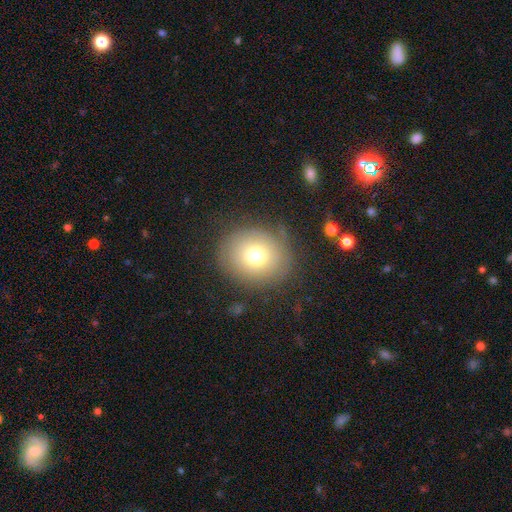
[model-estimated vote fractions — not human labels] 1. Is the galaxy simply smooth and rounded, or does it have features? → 70% smooth, 18% featured or disk, 11% star or artifact.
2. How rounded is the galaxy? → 76% round, 23% in between, 1% cigar-shaped.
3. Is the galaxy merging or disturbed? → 78% none, 14% minor disturbance, 6% major disturbance, 2% merger.